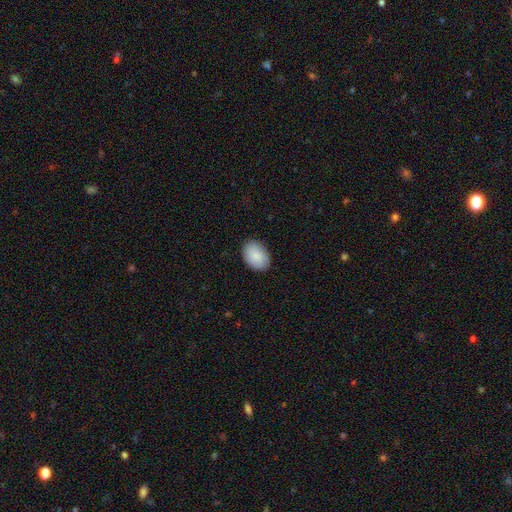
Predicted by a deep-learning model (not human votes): Smooth or featured? smooth (90%)
How rounded? in between (83%)
Merging? none (88%)